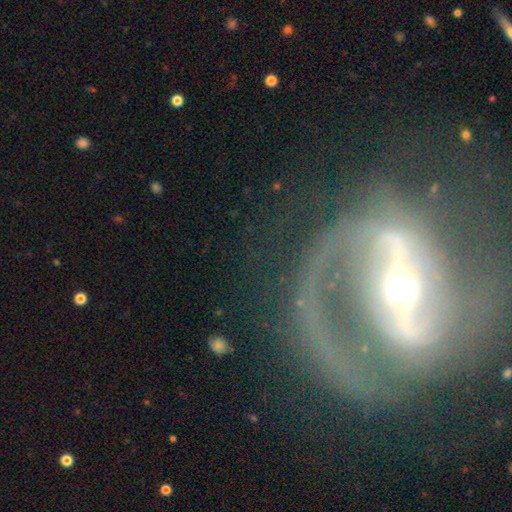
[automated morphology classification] This appears to be a featured or disk galaxy (85%) with a strong bar (69%), 2 (76%) medium (46%) spiral arms (85%) and a moderate central bulge (57%). Merging: none (62%).